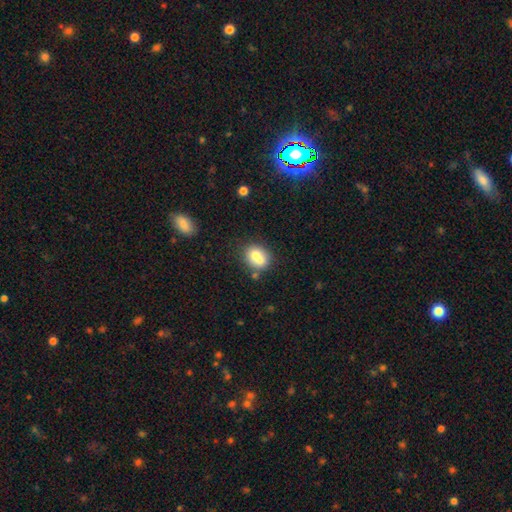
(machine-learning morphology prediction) This is likely a smooth galaxy (72%). How rounded: possibly round (54%). Merging: marginally none (45%).